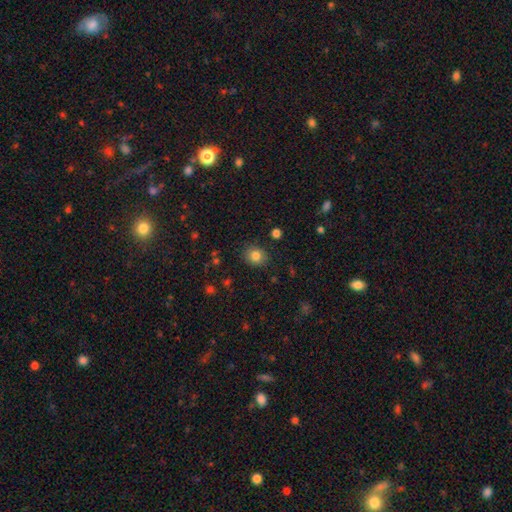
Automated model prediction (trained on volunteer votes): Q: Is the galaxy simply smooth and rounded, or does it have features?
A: smooth — 82%.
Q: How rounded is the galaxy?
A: round — 72%.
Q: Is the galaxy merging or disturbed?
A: none — 88%.